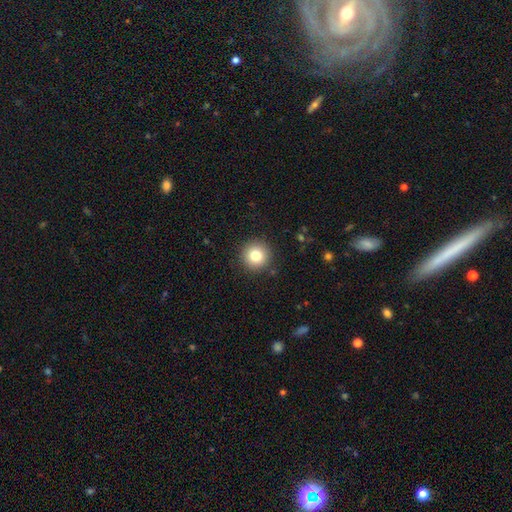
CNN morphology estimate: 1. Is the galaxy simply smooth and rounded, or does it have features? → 80% smooth, 11% star or artifact, 9% featured or disk.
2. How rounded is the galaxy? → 96% round, 3% in between, 1% cigar-shaped.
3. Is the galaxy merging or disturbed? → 91% none, 6% minor disturbance, 2% major disturbance, 1% merger.